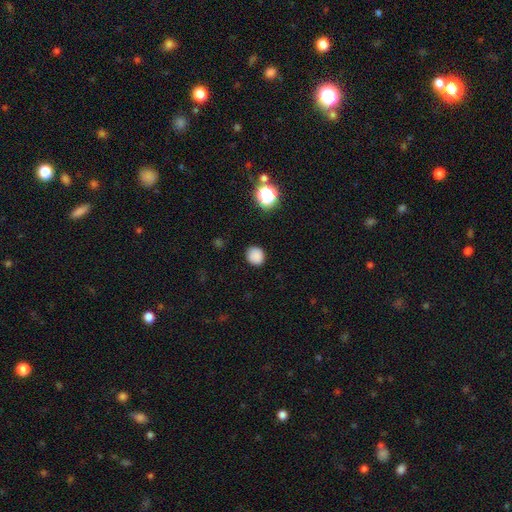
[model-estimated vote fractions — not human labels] A smooth galaxy with no disk features (85%) that is round (86%). Merging: none (88%).